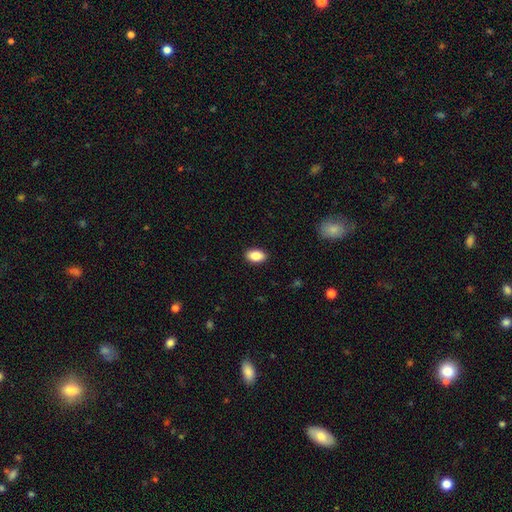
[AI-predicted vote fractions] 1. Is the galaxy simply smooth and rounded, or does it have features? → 87% smooth, 7% star or artifact, 6% featured or disk.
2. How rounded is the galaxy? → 91% in between, 8% round, 2% cigar-shaped.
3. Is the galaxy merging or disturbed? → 90% none, 7% minor disturbance, 2% major disturbance, 1% merger.